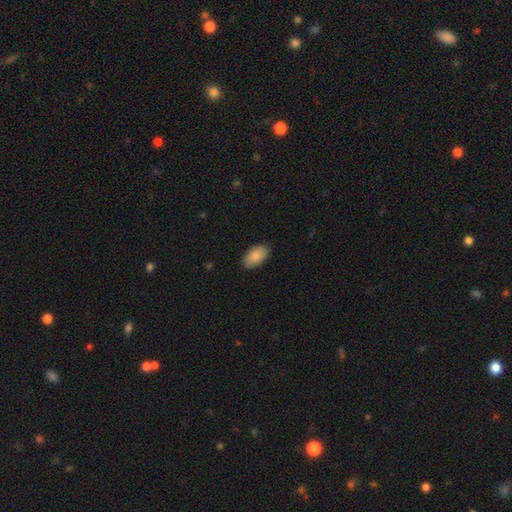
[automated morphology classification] Smooth or featured? smooth (87%)
How rounded? in between (95%)
Merging? none (87%)